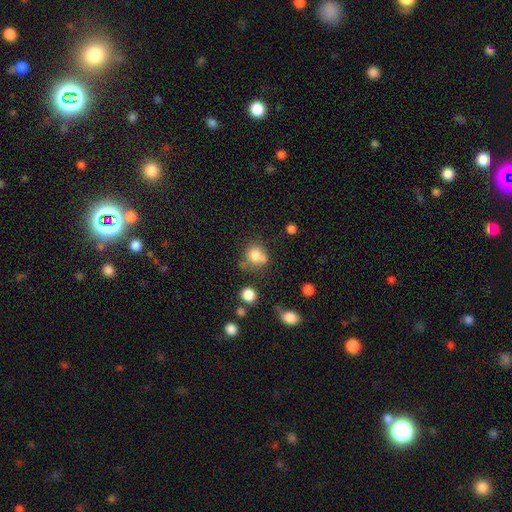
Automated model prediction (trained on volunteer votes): smooth 78%, star or artifact 12%, featured or disk 10%. Down the decision tree: how rounded — round (76%); merging — none (54%).